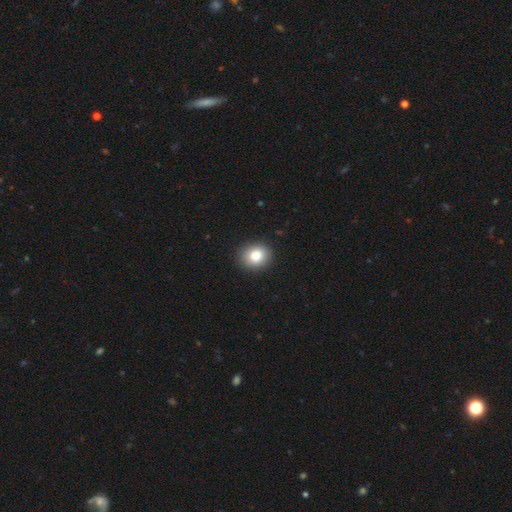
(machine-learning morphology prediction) Overall: smooth (82%). How rounded: round (68%; in between 32%). Merging: none (91%).